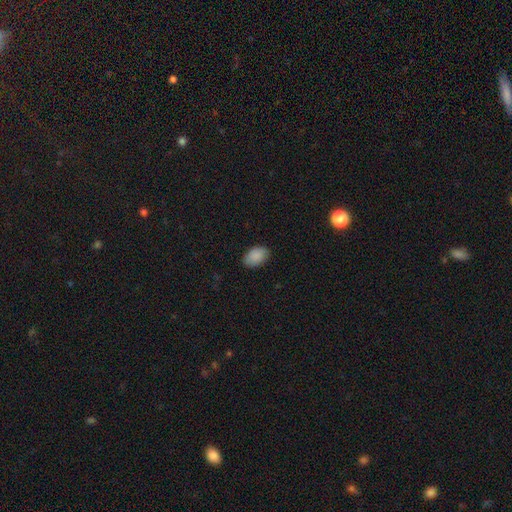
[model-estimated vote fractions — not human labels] smooth-or-featured: smooth: 89% | star or artifact: 7% | featured or disk: 4%
  how-rounded: in between: 90% | round: 9% | cigar-shaped: 1%
  merging: none: 84% | minor disturbance: 12% | major disturbance: 2% | merger: 1%